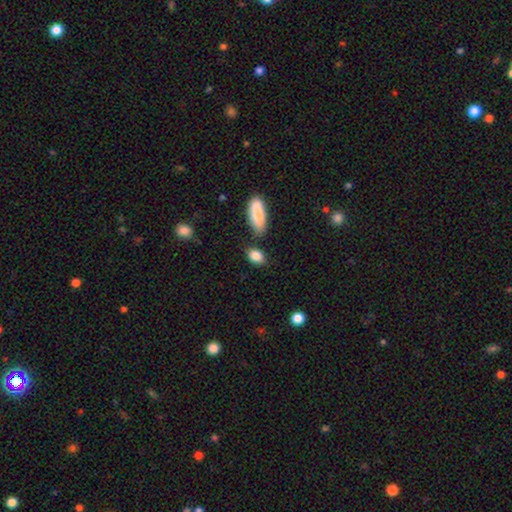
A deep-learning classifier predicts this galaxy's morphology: Smooth or featured? Predicted: smooth (p=0.86). How rounded? Predicted: in between (p=0.80). Merging? Predicted: none (p=0.68).